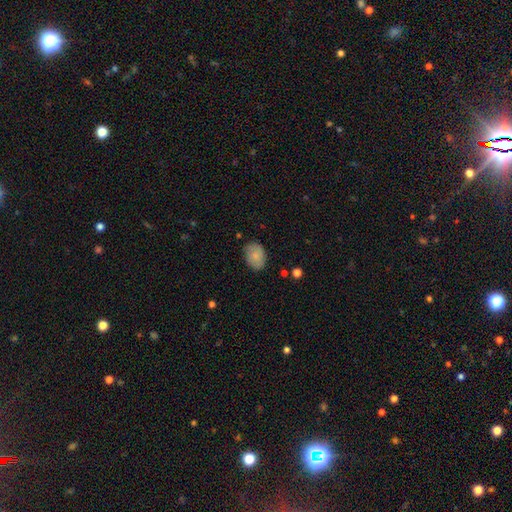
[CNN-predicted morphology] Smooth or featured? Predicted: smooth (p=0.82). How rounded? Predicted: in between (p=0.77). Merging? Predicted: none (p=0.80).